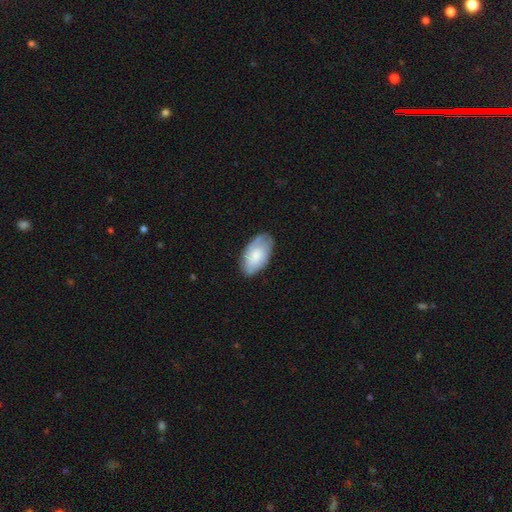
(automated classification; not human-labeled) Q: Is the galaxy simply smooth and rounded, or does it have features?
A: smooth — 67%.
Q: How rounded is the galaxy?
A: in between — 95%.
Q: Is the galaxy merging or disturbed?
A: none — 73%.